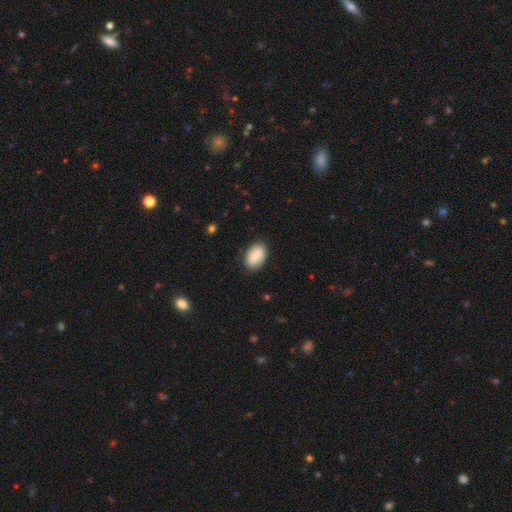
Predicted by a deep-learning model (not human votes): smooth 82%, featured or disk 12%, star or artifact 6%. Down the decision tree: how rounded — in between (90%); merging — none (86%).